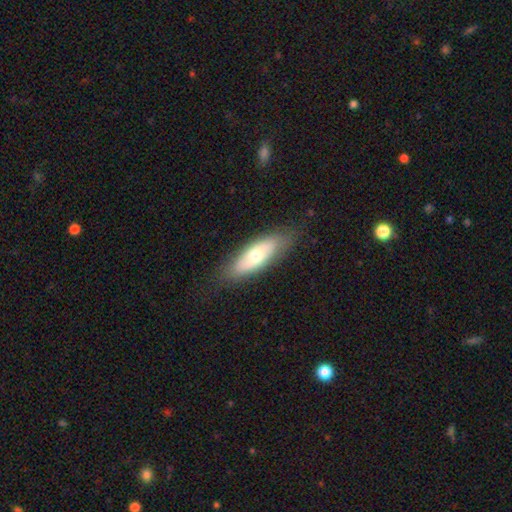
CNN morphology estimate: smooth_or_featured: smooth (p=0.56) [alt: featured or disk p=0.38]
how_rounded: in between (p=0.66) [alt: cigar-shaped p=0.31]
merging: none (p=0.80) [alt: minor disturbance p=0.15]